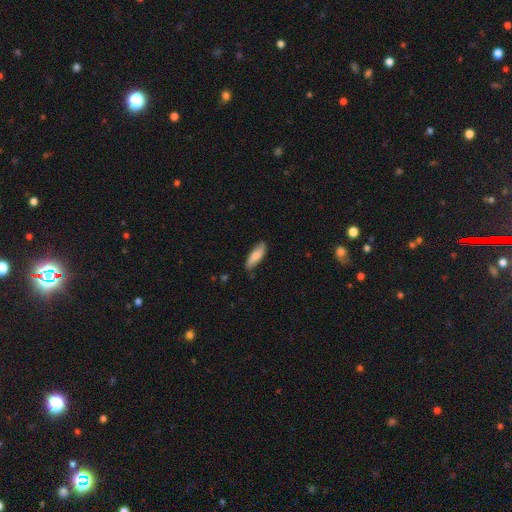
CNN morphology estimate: A smooth galaxy with no disk features (76%) that is in between round and cigar-shaped (52%). Merging: none (76%).